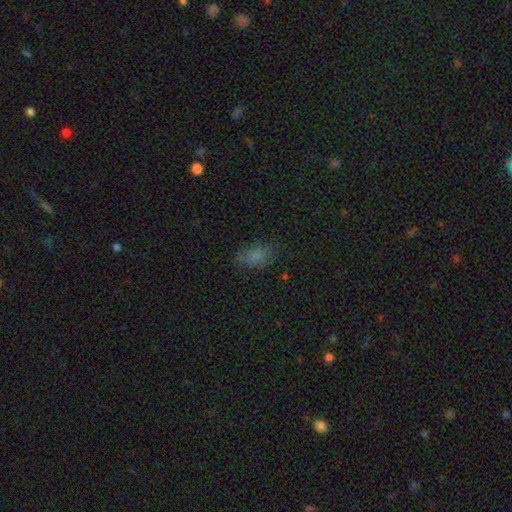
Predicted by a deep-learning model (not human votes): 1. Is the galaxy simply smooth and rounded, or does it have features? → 75% smooth, 16% star or artifact, 9% featured or disk.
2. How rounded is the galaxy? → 89% in between, 9% round, 3% cigar-shaped.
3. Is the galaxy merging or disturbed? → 71% none, 21% minor disturbance, 7% major disturbance, 2% merger.